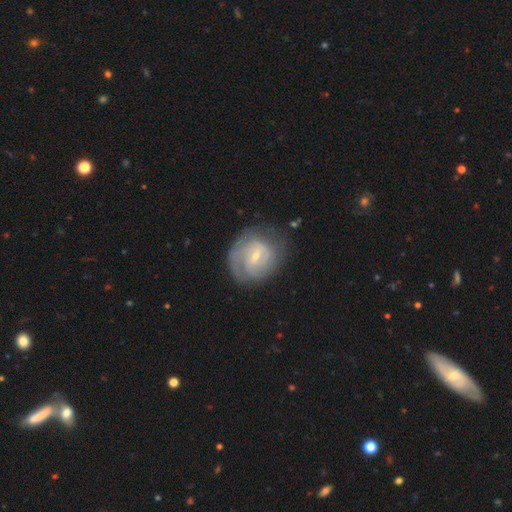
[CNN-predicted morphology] Smooth or featured?
  - featured or disk: 70% *
  - smooth: 23%
  - star or artifact: 6%
Edge-on disk?
  - no: 97% *
  - yes: 3%
Bar?
  - weak: 50% *
  - no: 36%
  - strong: 15%
Spiral arms?
  - yes: 80% *
  - no: 20%
Spiral winding?
  - tight: 53% *
  - medium: 34%
  - loose: 13%
Spiral arm count?
  - 2: 40% *
  - can't tell: 37%
  - 1: 10%
  - 3: 8%
  - 4: 3%
  - more than 4: 2%
Bulge size?
  - small: 69% *
  - moderate: 27%
  - none: 2%
  - large: 1%
  - dominant: 1%
Merging?
  - none: 64% *
  - minor disturbance: 22%
  - major disturbance: 12%
  - merger: 2%